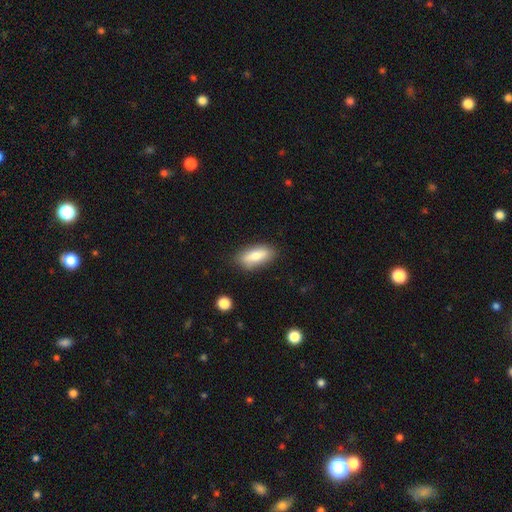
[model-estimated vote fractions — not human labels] A smooth galaxy with no disk features (78%) that is in between round and cigar-shaped (80%). Merging: none (83%).